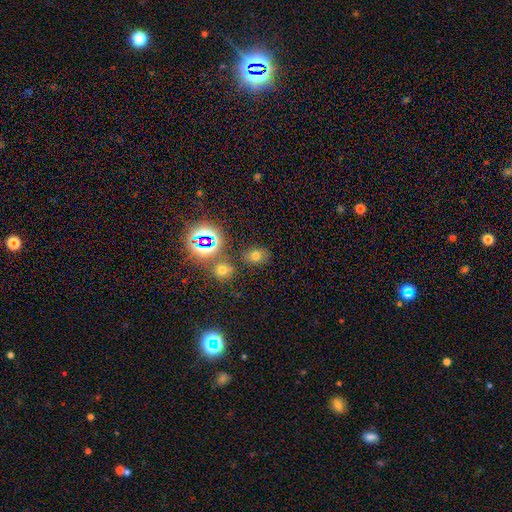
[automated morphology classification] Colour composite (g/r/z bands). It shows a smooth galaxy with no disk features (59%) that is in between round and cigar-shaped (54%). Merging: none (78%).